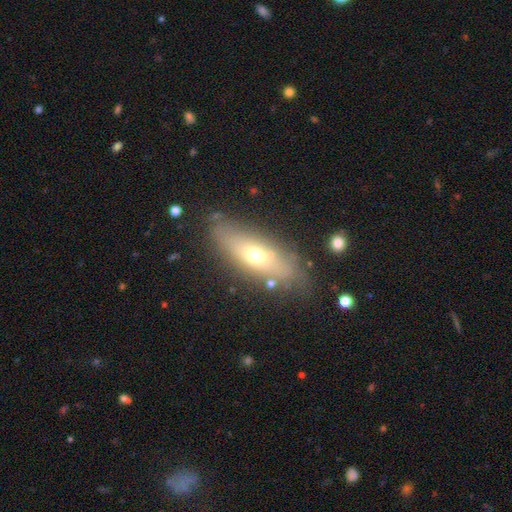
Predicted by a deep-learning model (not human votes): The model was most divided on "how rounded": in between: 52%, cigar-shaped: 45%, round: 4%. More confident: merging — none (76%); smooth or featured — smooth (50%).